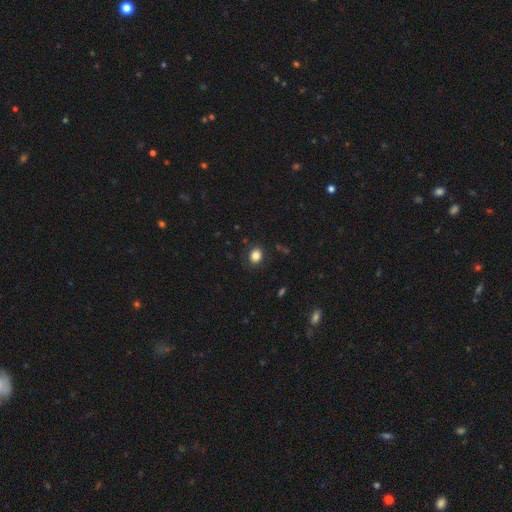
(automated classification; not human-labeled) smooth 84%, star or artifact 10%, featured or disk 6%. Down the decision tree: how rounded — in between (52%); merging — none (85%).